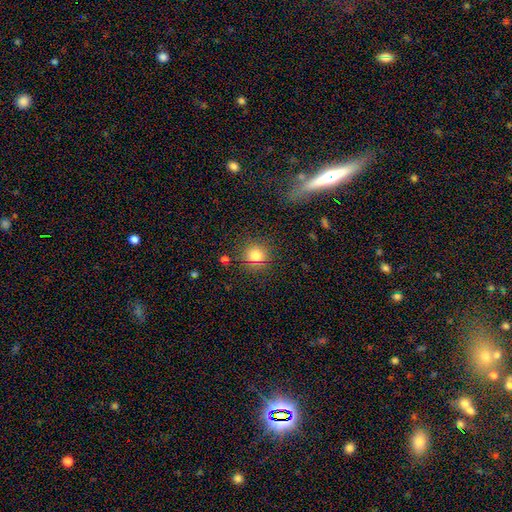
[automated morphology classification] smooth_or_featured: smooth (p=0.78) [alt: star or artifact p=0.15]
how_rounded: round (p=0.93) [alt: in between p=0.06]
merging: none (p=0.87) [alt: minor disturbance p=0.08]